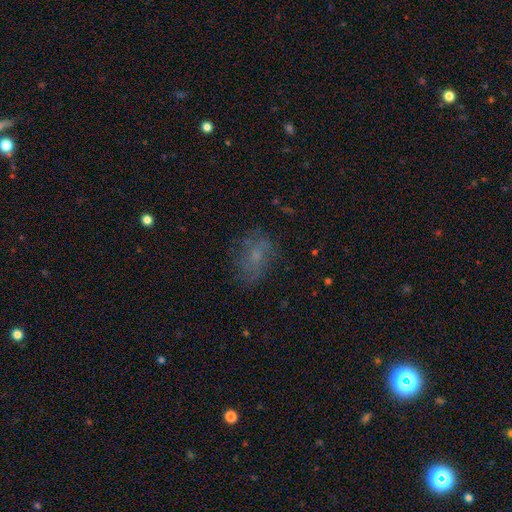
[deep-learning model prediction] Smooth or featured?
  - smooth: 53% *
  - featured or disk: 31%
  - star or artifact: 16%
How rounded?
  - in between: 74% *
  - round: 24%
  - cigar-shaped: 2%
Merging?
  - none: 65% *
  - minor disturbance: 21%
  - major disturbance: 13%
  - merger: 2%